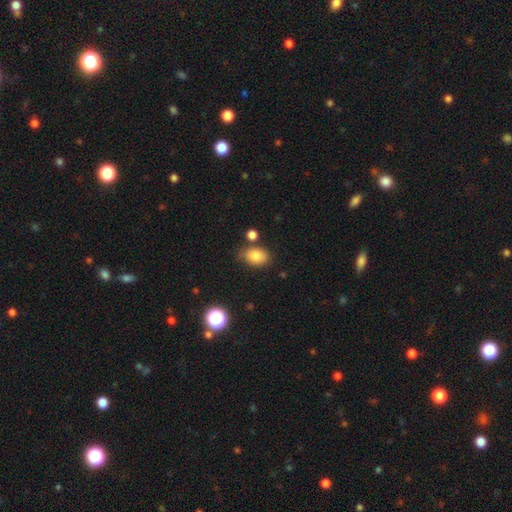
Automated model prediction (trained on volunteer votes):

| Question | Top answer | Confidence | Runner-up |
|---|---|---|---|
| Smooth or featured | smooth | 83% | star or artifact (10%) |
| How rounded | in between | 78% | round (21%) |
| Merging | none | 68% | minor disturbance (20%) |